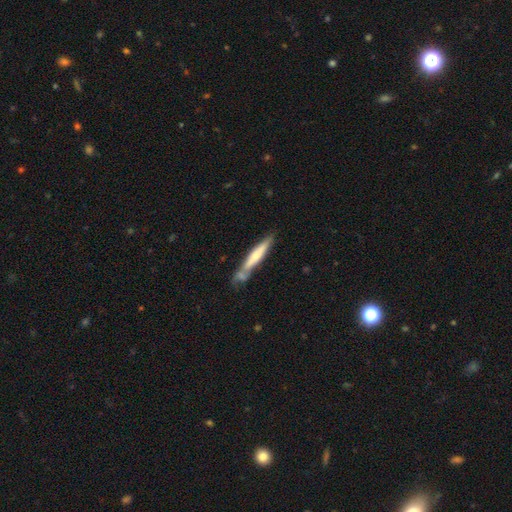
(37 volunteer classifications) Overall: smooth (62%; featured or disk 38%). How rounded: cigar-shaped (83%). Merging: none (38%; minor disturbance 35%).